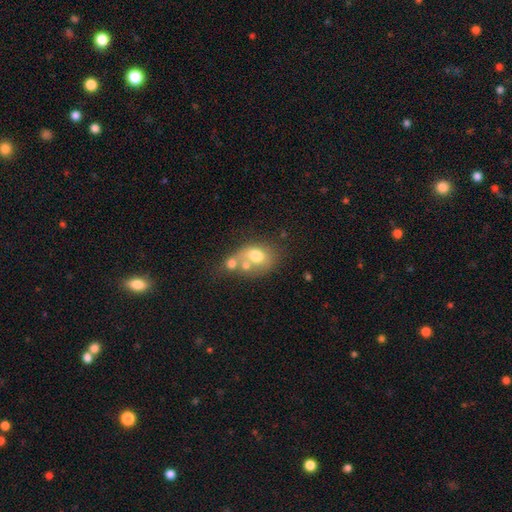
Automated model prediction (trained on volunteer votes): The model was most divided on "how rounded": in between: 53%, round: 46%, cigar-shaped: 1%. More confident: smooth or featured — smooth (64%); merging — merger (53%).